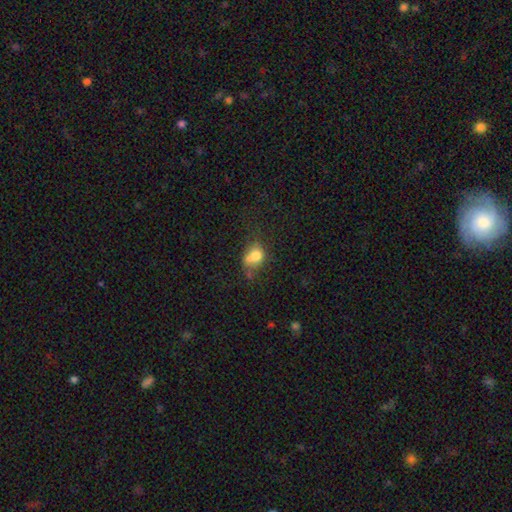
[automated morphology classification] This is likely a smooth galaxy (73%). How rounded: possibly in between (54%). Merging: marginally none (38%).